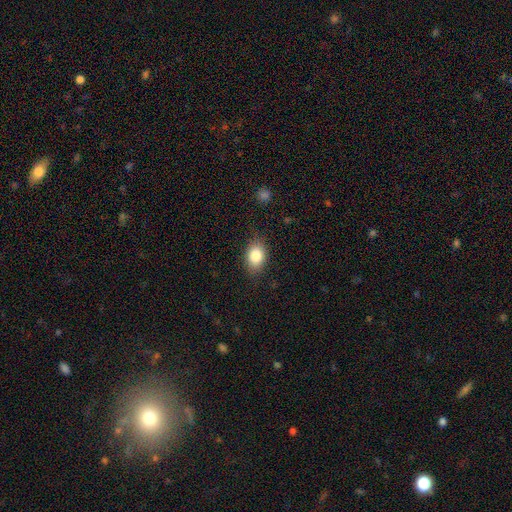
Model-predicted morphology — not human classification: A smooth galaxy with no disk features (84%) that is in between round and cigar-shaped (77%). Merging: none (82%).